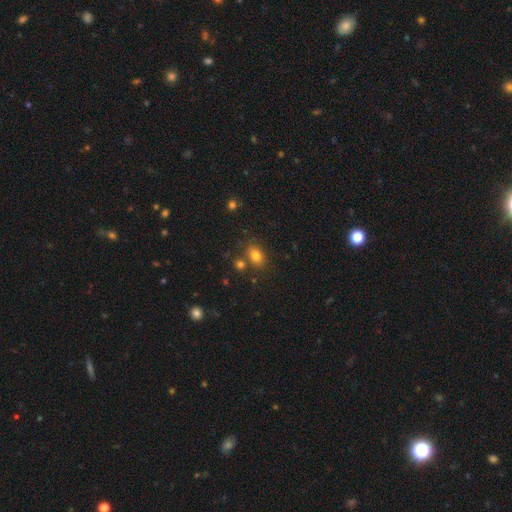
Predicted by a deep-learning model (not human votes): This is likely a smooth galaxy (80%). How rounded: likely in between (73%). Merging: likely none (73%).